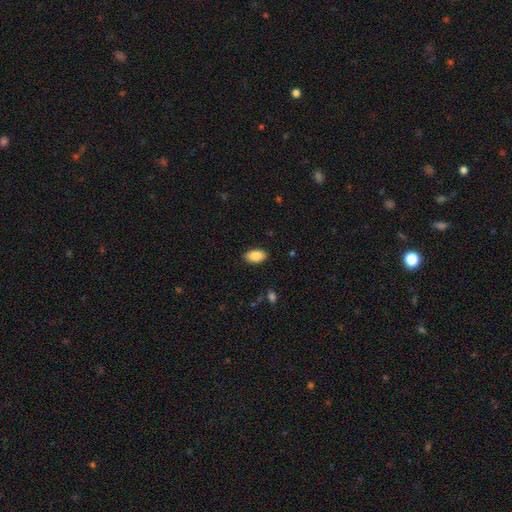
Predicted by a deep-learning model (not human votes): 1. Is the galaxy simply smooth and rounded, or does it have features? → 89% smooth, 7% star or artifact, 4% featured or disk.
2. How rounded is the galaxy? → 95% in between, 4% round, 2% cigar-shaped.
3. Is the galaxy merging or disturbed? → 88% none, 9% minor disturbance, 2% major disturbance, 1% merger.